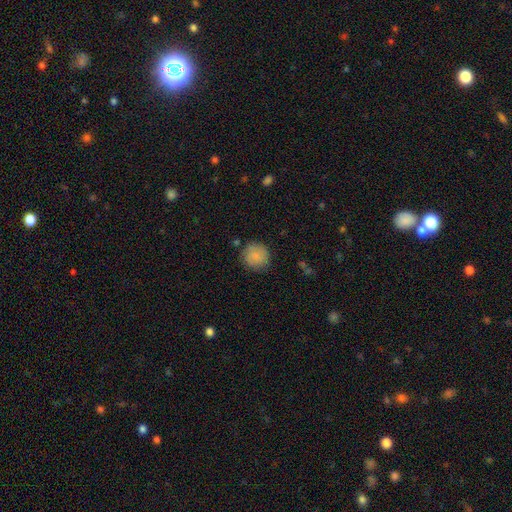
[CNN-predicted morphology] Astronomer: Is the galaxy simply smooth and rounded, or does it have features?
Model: smooth — 85%.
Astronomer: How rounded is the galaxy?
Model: round — 91%.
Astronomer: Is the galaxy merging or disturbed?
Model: none — 81%.